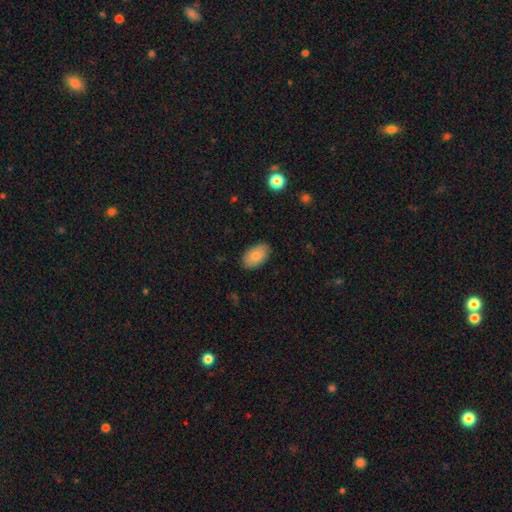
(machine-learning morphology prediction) This appears to be a smooth galaxy with no disk features (82%) that is in between round and cigar-shaped (93%). Merging: none (86%).